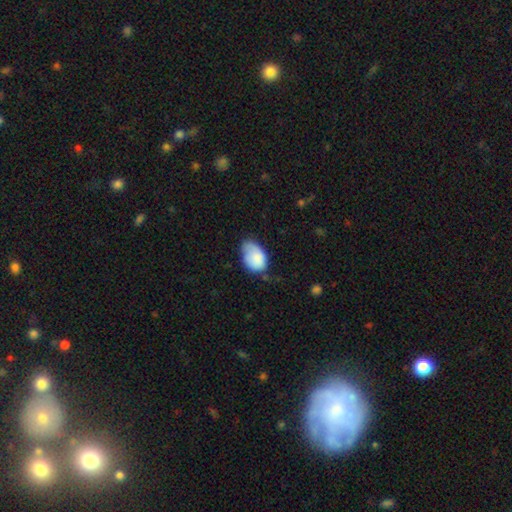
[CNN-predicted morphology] The model was most divided on "merging": minor disturbance: 45%, none: 36%, major disturbance: 15%, merger: 4%. More confident: how rounded — in between (88%); smooth or featured — smooth (82%).